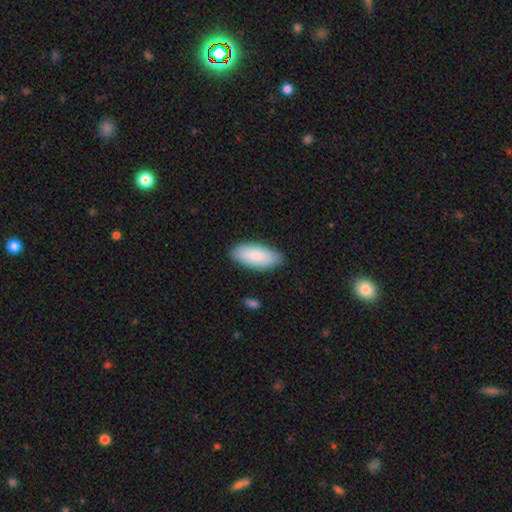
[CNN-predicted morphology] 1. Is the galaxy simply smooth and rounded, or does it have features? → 87% smooth, 8% featured or disk, 5% star or artifact.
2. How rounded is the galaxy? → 86% in between, 12% cigar-shaped, 2% round.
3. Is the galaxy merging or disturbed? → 87% none, 10% minor disturbance, 2% major disturbance, 1% merger.